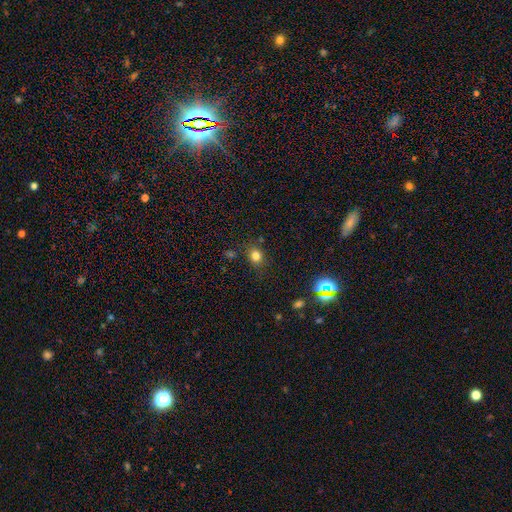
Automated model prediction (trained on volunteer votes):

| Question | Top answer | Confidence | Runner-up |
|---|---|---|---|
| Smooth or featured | smooth | 78% | star or artifact (16%) |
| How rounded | round | 67% | in between (32%) |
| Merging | none | 80% | minor disturbance (12%) |